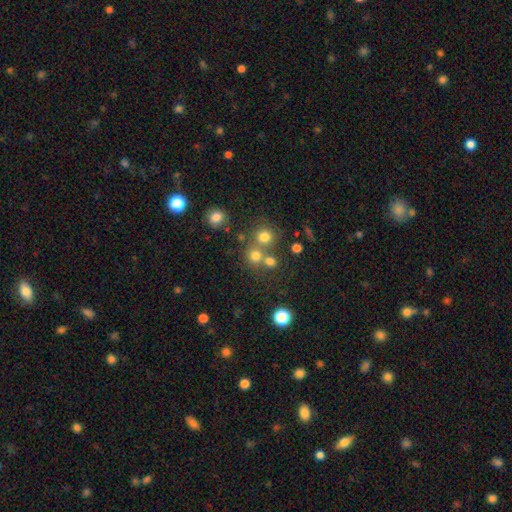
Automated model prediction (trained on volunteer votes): A smooth galaxy with no disk features (73%) that is round (88%). Merging: none (60%).